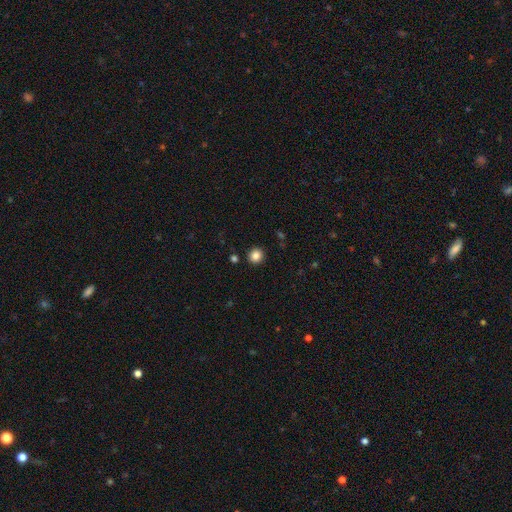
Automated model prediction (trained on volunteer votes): Smooth or featured? smooth (85%)
How rounded? round (91%)
Merging? none (91%)